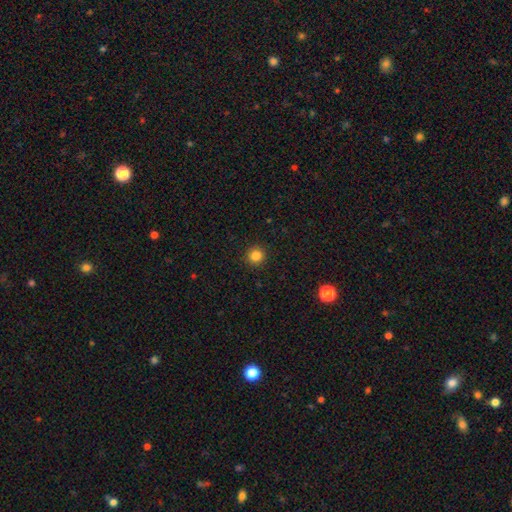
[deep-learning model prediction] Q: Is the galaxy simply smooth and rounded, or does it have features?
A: smooth — 85%.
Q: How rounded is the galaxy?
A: round — 95%.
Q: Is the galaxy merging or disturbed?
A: none — 92%.